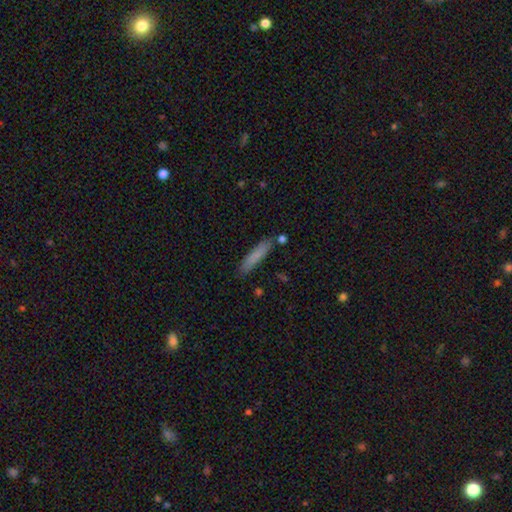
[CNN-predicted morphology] smooth-or-featured: smooth: 80% | featured or disk: 13% | star or artifact: 7%
  how-rounded: cigar-shaped: 89% | in between: 9% | round: 1%
  merging: none: 82% | minor disturbance: 11% | merger: 4% | major disturbance: 2%